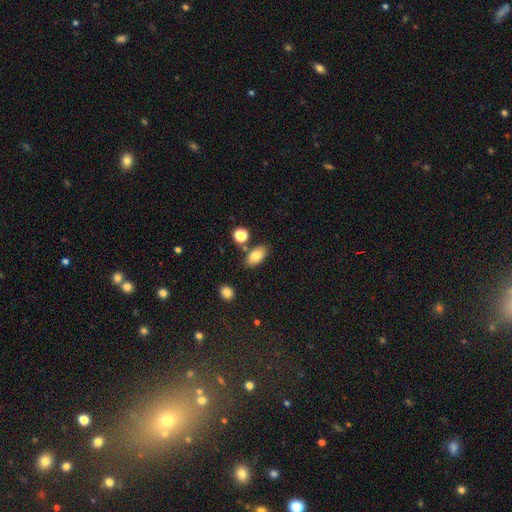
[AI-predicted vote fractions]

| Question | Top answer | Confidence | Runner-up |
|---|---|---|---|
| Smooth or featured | smooth | 80% | featured or disk (11%) |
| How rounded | in between | 89% | round (7%) |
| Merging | none | 77% | minor disturbance (12%) |